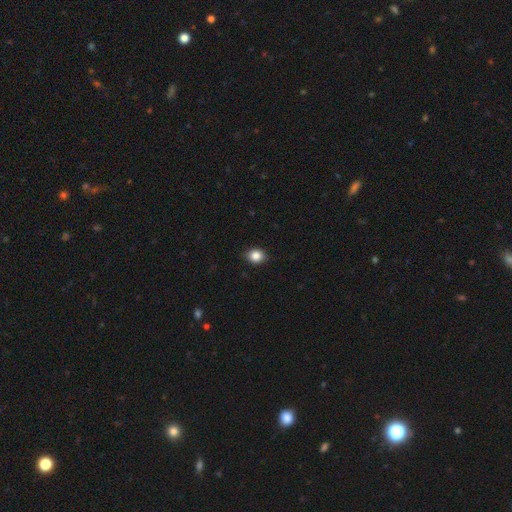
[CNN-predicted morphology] Smooth or featured?
  - smooth: 85% *
  - star or artifact: 10%
  - featured or disk: 5%
How rounded?
  - round: 54% *
  - in between: 45%
  - cigar-shaped: 1%
Merging?
  - none: 88% *
  - minor disturbance: 9%
  - major disturbance: 2%
  - merger: 1%